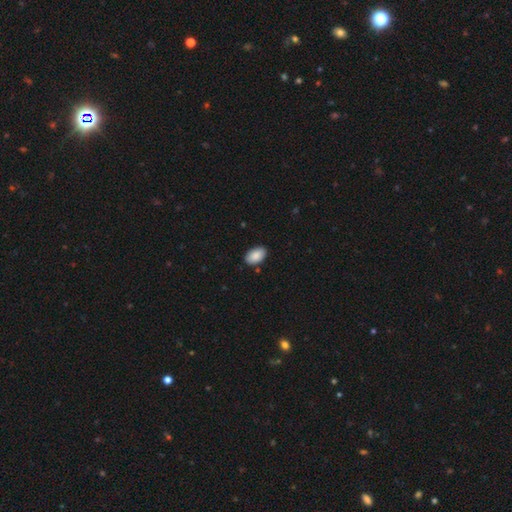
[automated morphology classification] Q: Smooth or featured?
A: smooth (89%); runner-up: star or artifact (6%)
Q: How rounded?
A: in between (93%); runner-up: round (6%)
Q: Merging?
A: none (87%); runner-up: minor disturbance (10%)